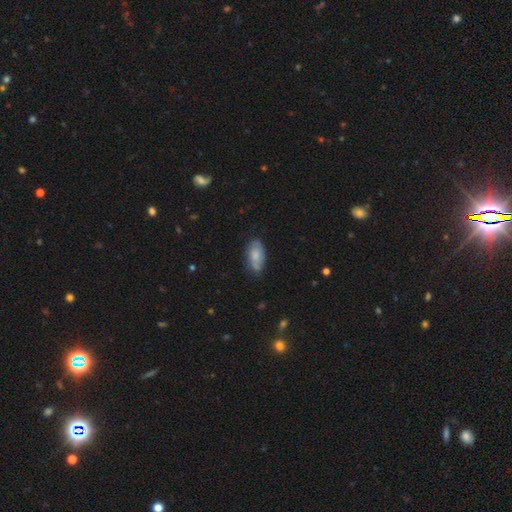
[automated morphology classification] Overall: smooth (70%). How rounded: in between (92%). Merging: none (68%).